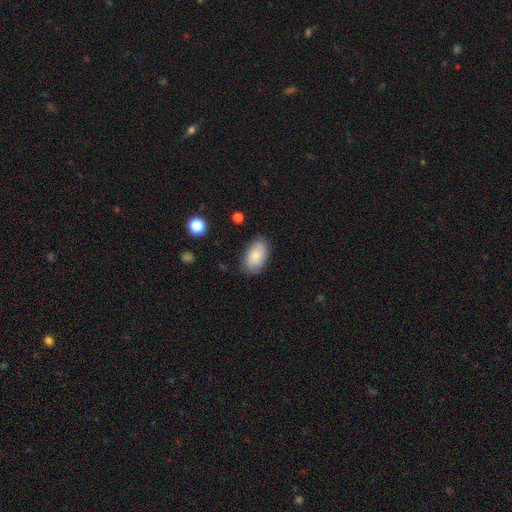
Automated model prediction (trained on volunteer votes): Q: Smooth or featured?
A: smooth (82%); runner-up: featured or disk (11%)
Q: How rounded?
A: in between (93%); runner-up: round (5%)
Q: Merging?
A: none (83%); runner-up: minor disturbance (13%)